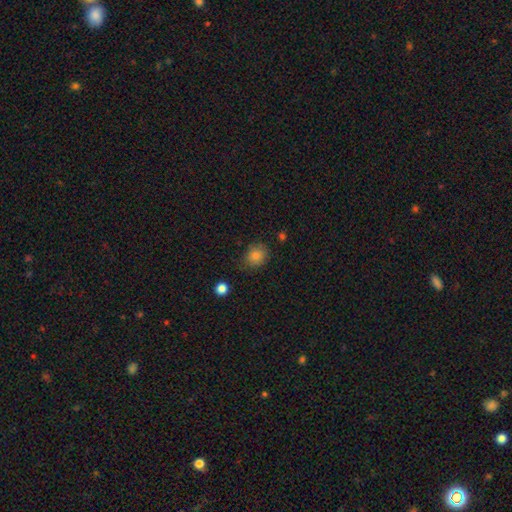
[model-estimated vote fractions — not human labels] A smooth galaxy with no disk features (82%) that is round (71%). Merging: none (80%).